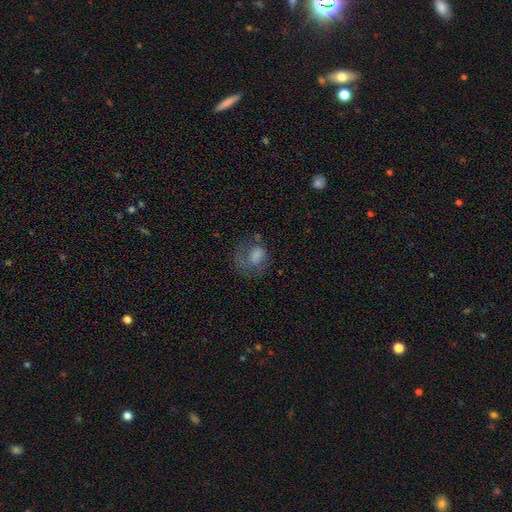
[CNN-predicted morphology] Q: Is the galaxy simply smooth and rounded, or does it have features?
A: smooth — 48%.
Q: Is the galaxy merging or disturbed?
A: none — 44%.